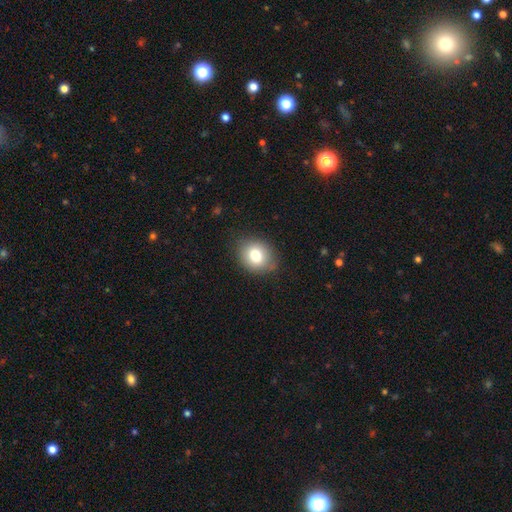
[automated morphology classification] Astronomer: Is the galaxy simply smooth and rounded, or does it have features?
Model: smooth — 78%.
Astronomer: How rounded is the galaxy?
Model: round — 52% (runner-up: in between, 47%).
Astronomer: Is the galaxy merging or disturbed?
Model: none — 81%.